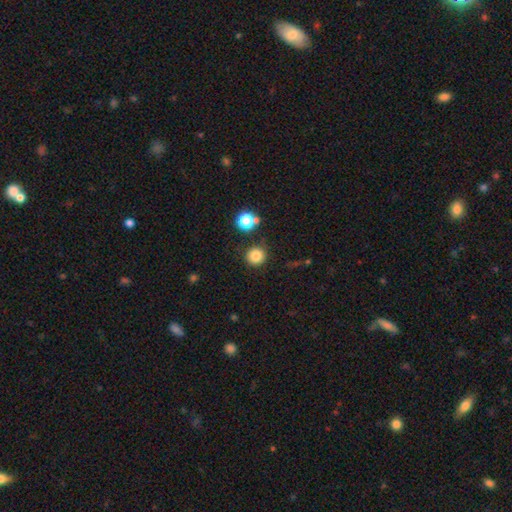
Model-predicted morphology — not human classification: Smooth or featured? Predicted: smooth (p=0.83). How rounded? Predicted: round (p=0.94). Merging? Predicted: none (p=0.86).